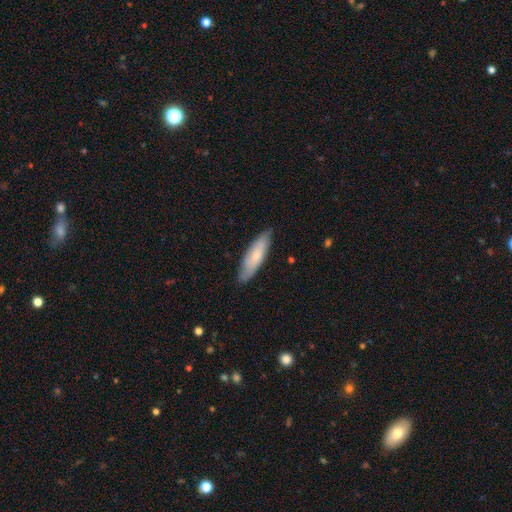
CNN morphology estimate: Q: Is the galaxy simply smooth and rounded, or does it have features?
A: smooth — 70%.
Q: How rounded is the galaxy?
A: cigar-shaped — 60%.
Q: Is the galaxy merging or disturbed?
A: none — 84%.